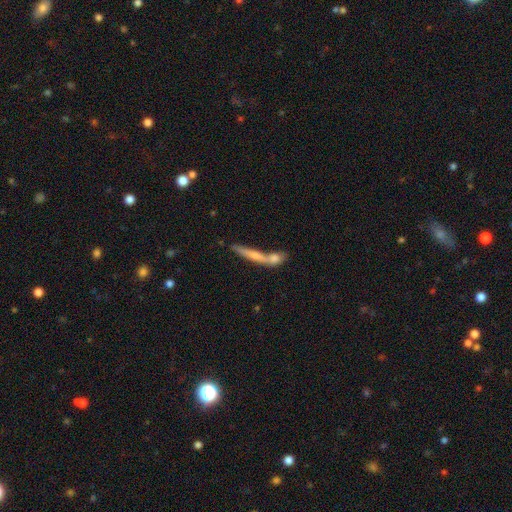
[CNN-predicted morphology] This appears to be a smooth galaxy with no disk features (54%) that is cigar-shaped (88%). Merging: merger (43%).